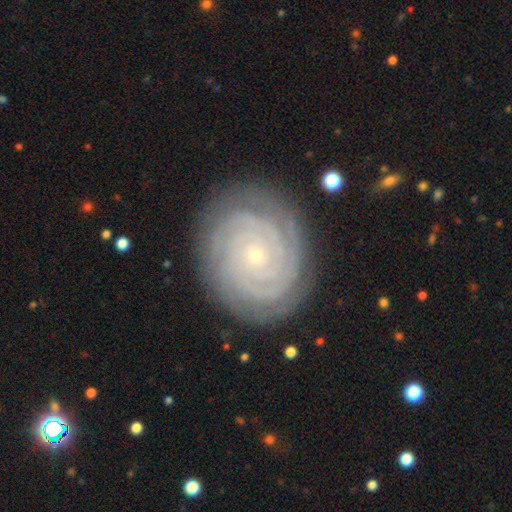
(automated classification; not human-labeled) featured or disk 89%, star or artifact 6%, smooth 5%. Down the decision tree: edge-on disk — no (98%); bar — no (83%); spiral arms — yes (98%); spiral arm count — 2 (23%); spiral winding — tight (91%); bulge size — small (88%); merging — none (84%).